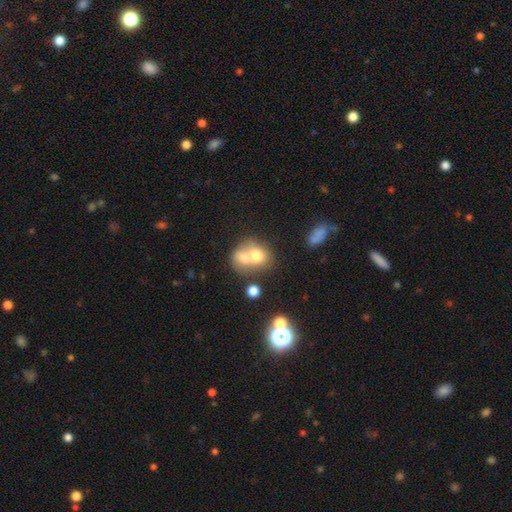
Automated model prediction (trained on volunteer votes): smooth 65%, featured or disk 23%, star or artifact 12%. Down the decision tree: how rounded — round (62%); merging — merger (68%).